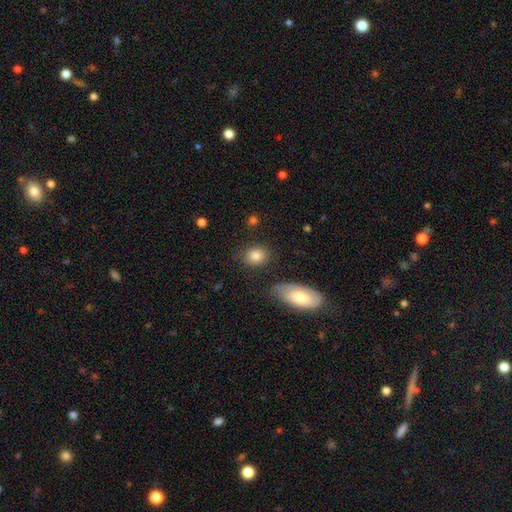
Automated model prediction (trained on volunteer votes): Smooth or featured? Predicted: smooth (p=0.84). How rounded? Predicted: in between (p=0.49, tied with round). Merging? Predicted: none (p=0.82).